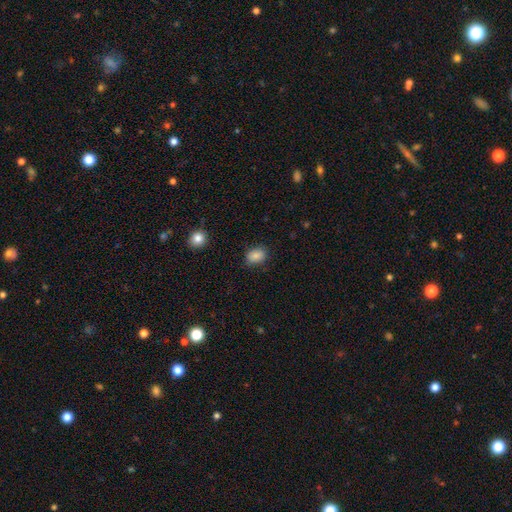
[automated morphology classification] This is clearly a smooth galaxy (86%). How rounded: likely in between (70%). Merging: likely none (79%).